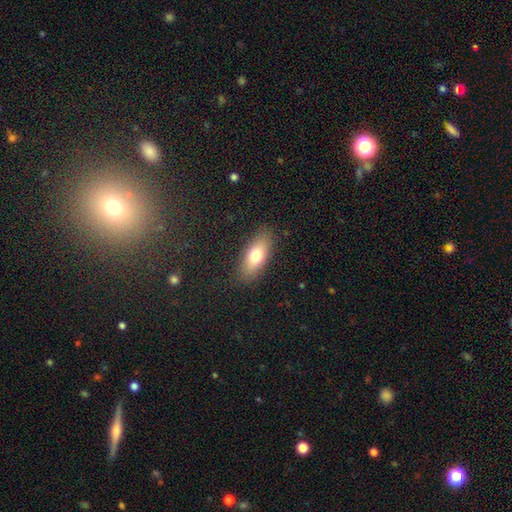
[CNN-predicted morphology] A smooth galaxy with no disk features (73%) that is in between round and cigar-shaped (79%). Merging: none (86%).